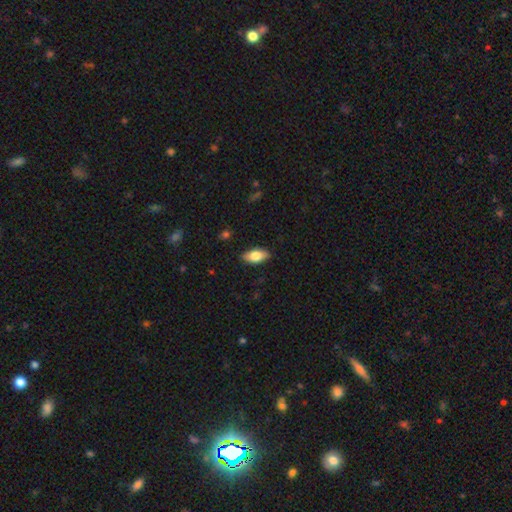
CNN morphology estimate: This is likely a smooth galaxy (78%). How rounded: clearly in between (89%). Merging: clearly none (88%).